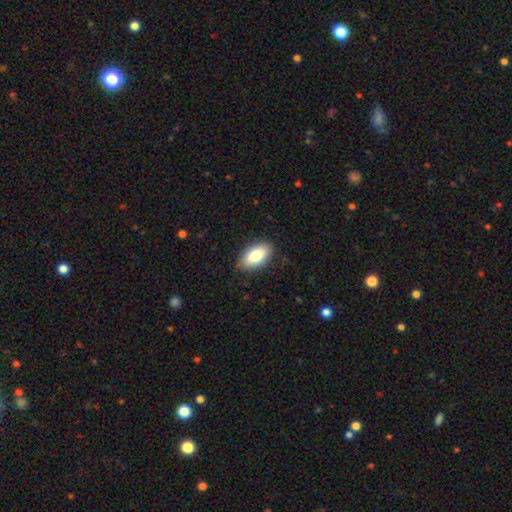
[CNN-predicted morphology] Smooth or featured? smooth (83%)
How rounded? in between (93%)
Merging? none (86%)